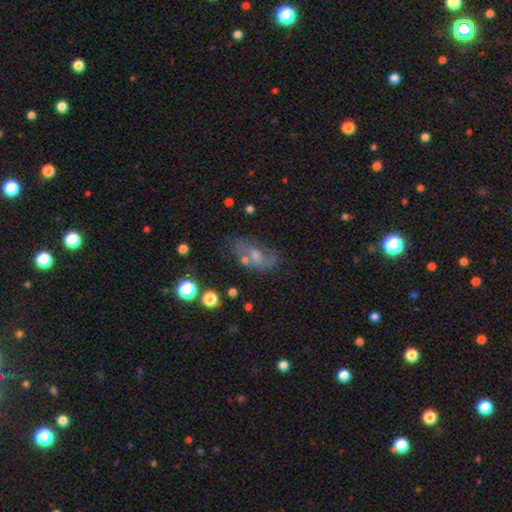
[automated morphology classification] A featured or disk galaxy (47%).

Vote fractions:
- Smooth or featured? featured or disk: 47% / smooth: 34% / star or artifact: 18%
- Merging? none: 51% / minor disturbance: 22% / major disturbance: 15% / merger: 12%